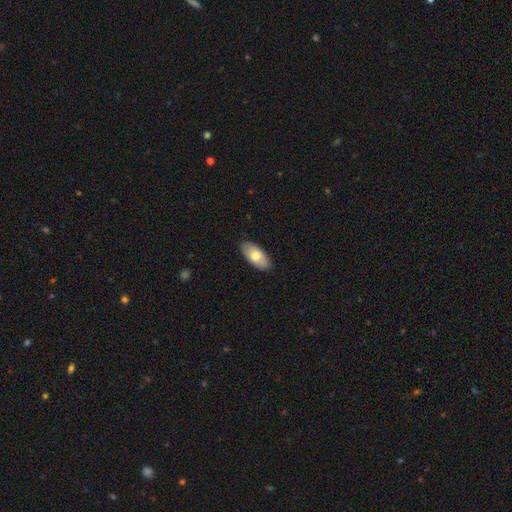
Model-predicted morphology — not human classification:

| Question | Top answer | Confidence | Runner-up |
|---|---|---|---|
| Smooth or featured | smooth | 73% | featured or disk (21%) |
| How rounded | in between | 93% | cigar-shaped (5%) |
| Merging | none | 88% | minor disturbance (10%) |